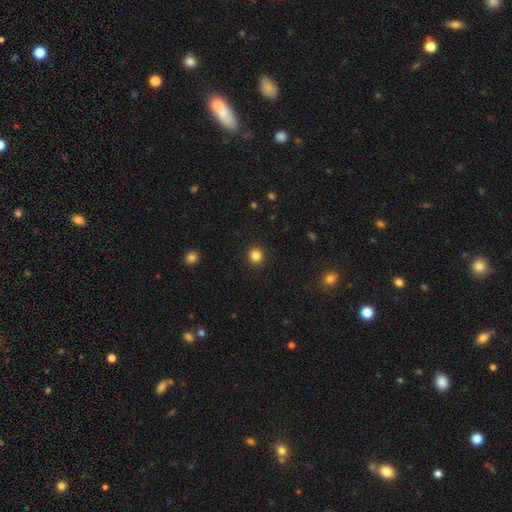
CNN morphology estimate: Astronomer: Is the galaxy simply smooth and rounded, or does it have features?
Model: smooth — 85%.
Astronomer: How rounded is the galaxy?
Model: round — 93%.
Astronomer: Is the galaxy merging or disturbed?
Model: none — 93%.